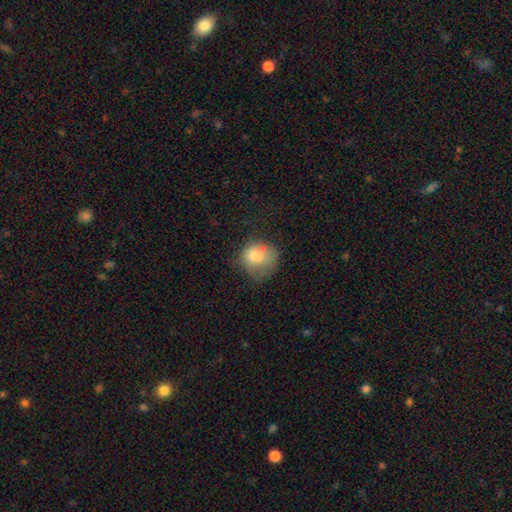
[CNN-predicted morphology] A smooth galaxy with no disk features (77%) that is round (73%).

Vote fractions:
- Smooth or featured? smooth: 77% / featured or disk: 14% / star or artifact: 9%
- How rounded? round: 73% / in between: 26% / cigar-shaped: 1%
- Merging? none: 40% / minor disturbance: 31% / major disturbance: 24% / merger: 5%